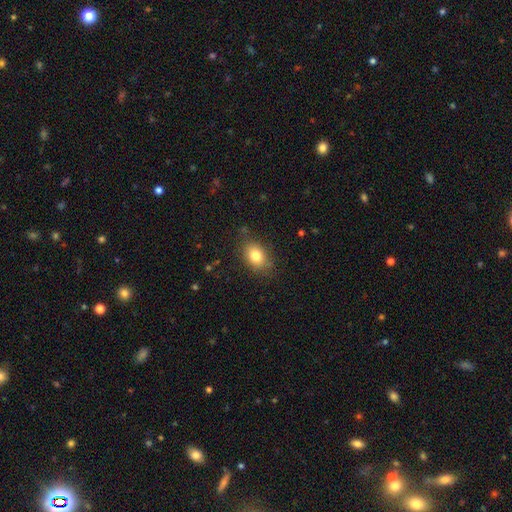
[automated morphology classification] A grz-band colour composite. It shows a smooth galaxy with no disk features (81%) that is in between round and cigar-shaped (75%). Merging: none (80%).